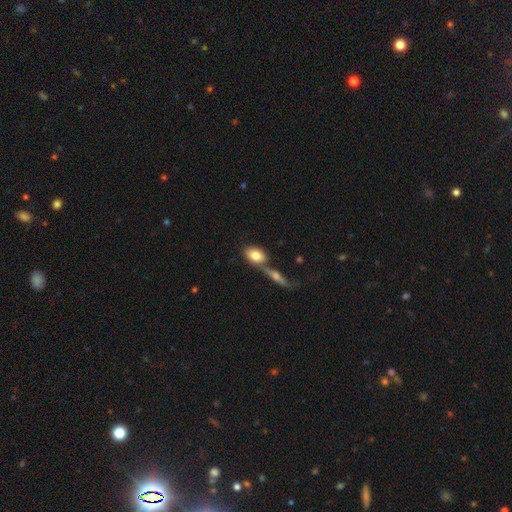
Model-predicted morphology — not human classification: type=smooth (79%); roundness=in between (80%); merging=merger (44%).